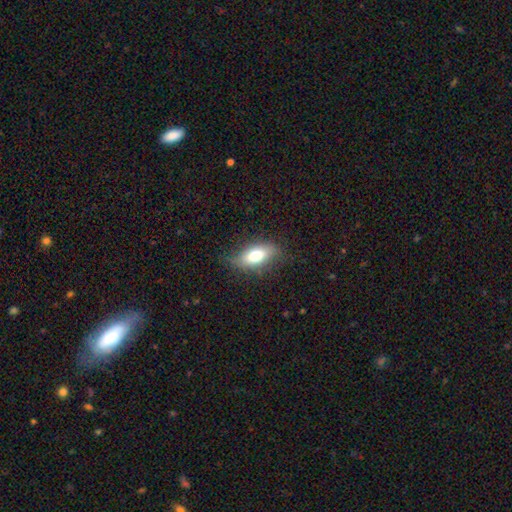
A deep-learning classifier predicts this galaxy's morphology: A smooth galaxy with no disk features (72%) that is in between round and cigar-shaped (83%). Merging: none (74%).